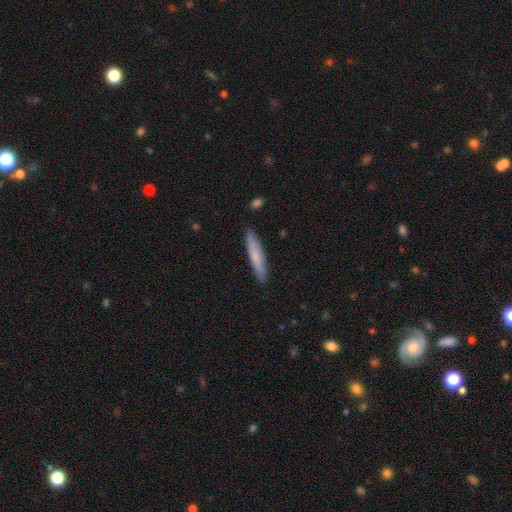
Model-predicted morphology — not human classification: This appears to be a smooth galaxy with no disk features (71%) that is cigar-shaped (92%). Merging: none (90%).